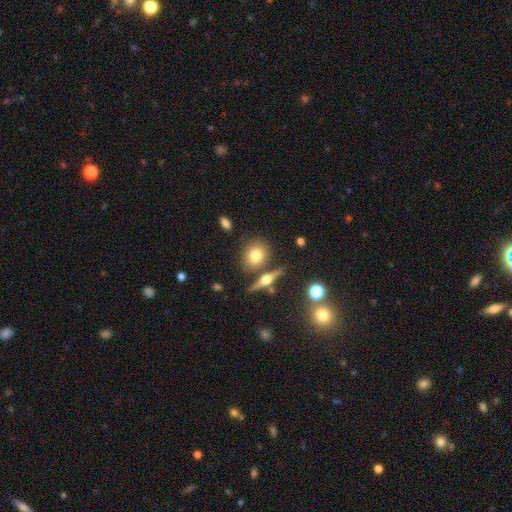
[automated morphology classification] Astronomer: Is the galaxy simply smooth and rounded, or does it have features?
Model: smooth — 70%.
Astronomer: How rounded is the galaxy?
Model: round — 65%.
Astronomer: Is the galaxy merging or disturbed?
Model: none — 74%.